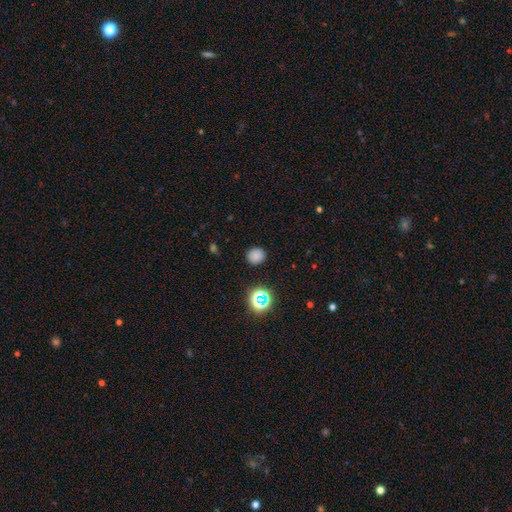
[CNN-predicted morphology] smooth_or_featured: smooth (p=0.77) [alt: star or artifact p=0.18]
how_rounded: round (p=0.88) [alt: in between p=0.11]
merging: none (p=0.88) [alt: minor disturbance p=0.08]